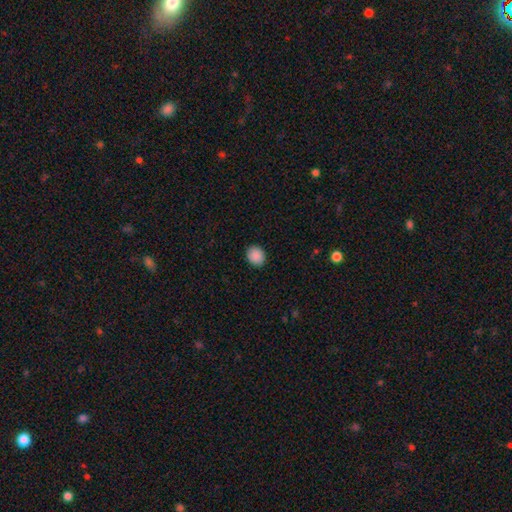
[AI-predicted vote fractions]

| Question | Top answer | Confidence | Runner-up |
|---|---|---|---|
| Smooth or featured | smooth | 90% | star or artifact (8%) |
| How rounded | round | 70% | in between (29%) |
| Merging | none | 90% | minor disturbance (7%) |